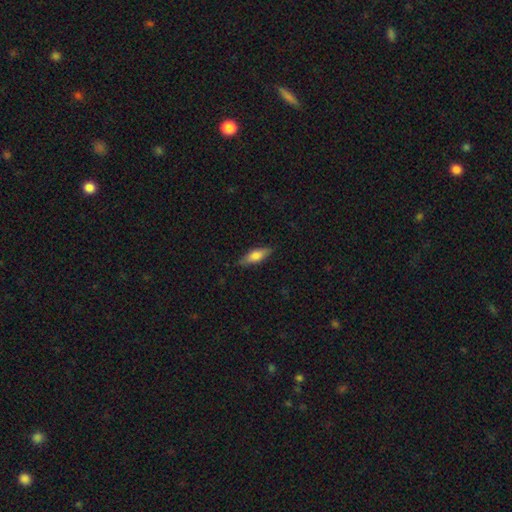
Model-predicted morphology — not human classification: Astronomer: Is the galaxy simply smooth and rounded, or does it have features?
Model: smooth — 66%.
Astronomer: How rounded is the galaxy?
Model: in between — 55% (runner-up: cigar-shaped, 43%).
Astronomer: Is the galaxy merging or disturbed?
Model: none — 84%.